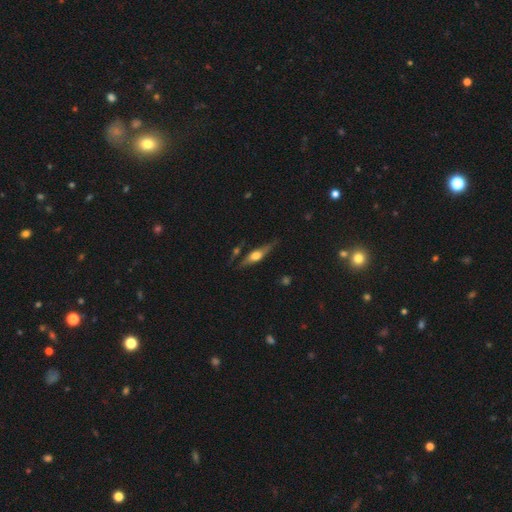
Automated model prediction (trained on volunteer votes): Smooth or featured?
  - featured or disk: 61% *
  - smooth: 33%
  - star or artifact: 6%
Edge-on disk?
  - yes: 91% *
  - no: 9%
Edge-on bulge?
  - rounded: 90% *
  - boxy: 7%
  - none: 3%
Merging?
  - none: 72% *
  - minor disturbance: 18%
  - major disturbance: 5%
  - merger: 4%